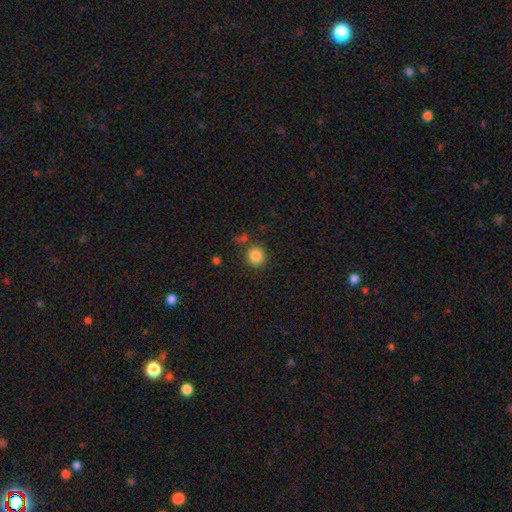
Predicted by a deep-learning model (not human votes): This is clearly a smooth galaxy (85%). How rounded: clearly round (92%). Merging: clearly none (80%).